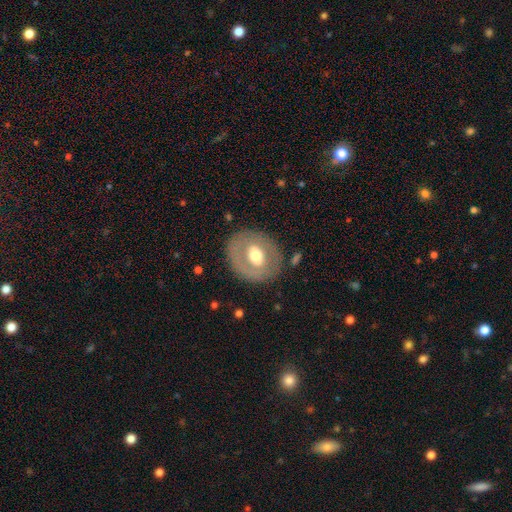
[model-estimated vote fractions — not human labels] Q: Smooth or featured?
A: featured or disk (48%); runner-up: smooth (45%)
Q: Merging?
A: none (80%); runner-up: minor disturbance (12%)